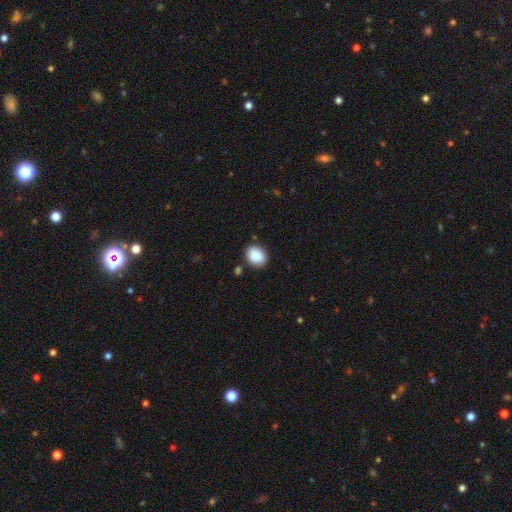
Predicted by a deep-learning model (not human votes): smooth-or-featured: smooth: 89% | star or artifact: 7% | featured or disk: 3%
  how-rounded: in between: 56% | round: 43% | cigar-shaped: 1%
  merging: none: 83% | minor disturbance: 11% | merger: 3% | major disturbance: 3%